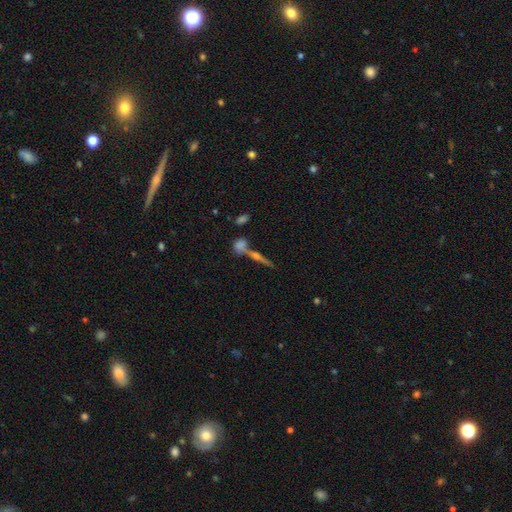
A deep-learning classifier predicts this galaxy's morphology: This is possibly a featured or disk galaxy (53%). It is clearly viewed edge-on (86%). Merging: possibly none (57%).